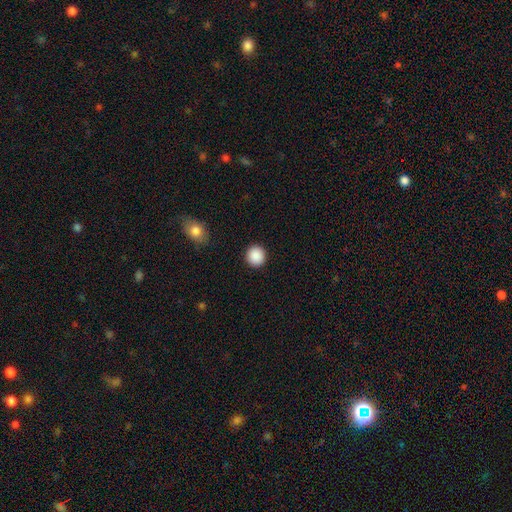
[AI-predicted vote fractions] Morphology: type=smooth (89%); roundness=round (93%); merging=none (92%).